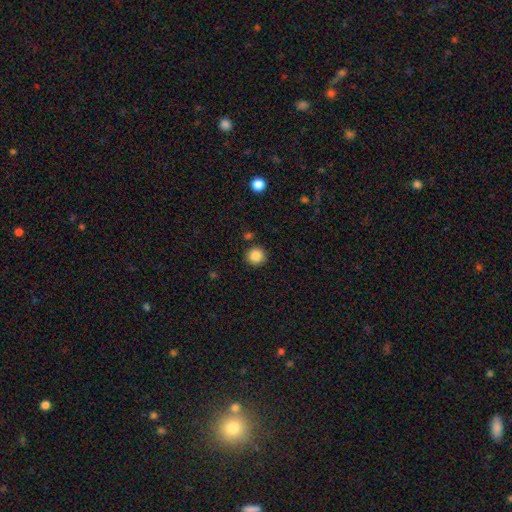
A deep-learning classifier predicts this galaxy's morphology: Q: Smooth or featured?
A: smooth (86%); runner-up: star or artifact (10%)
Q: How rounded?
A: round (95%); runner-up: in between (5%)
Q: Merging?
A: none (89%); runner-up: minor disturbance (7%)